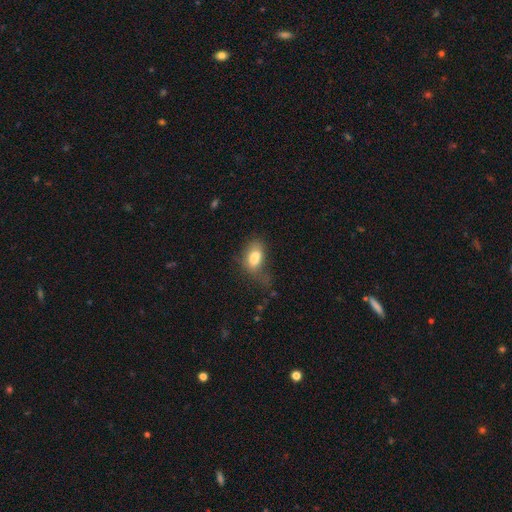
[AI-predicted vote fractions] This is likely a smooth galaxy (78%). How rounded: clearly in between (88%). Merging: marginally none (35%).